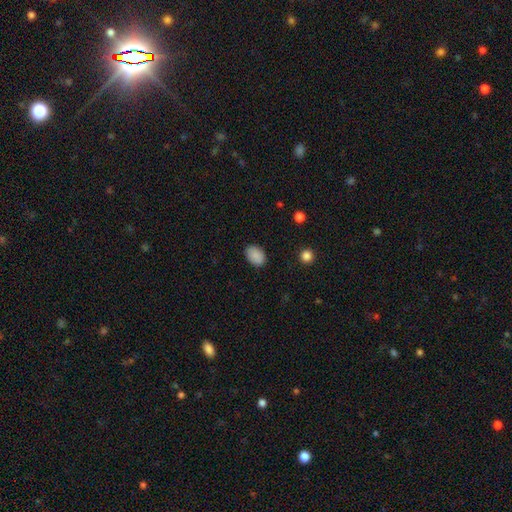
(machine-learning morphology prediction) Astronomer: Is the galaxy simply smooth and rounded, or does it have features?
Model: smooth — 89%.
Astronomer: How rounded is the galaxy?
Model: in between — 82%.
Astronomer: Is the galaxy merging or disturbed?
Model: none — 86%.